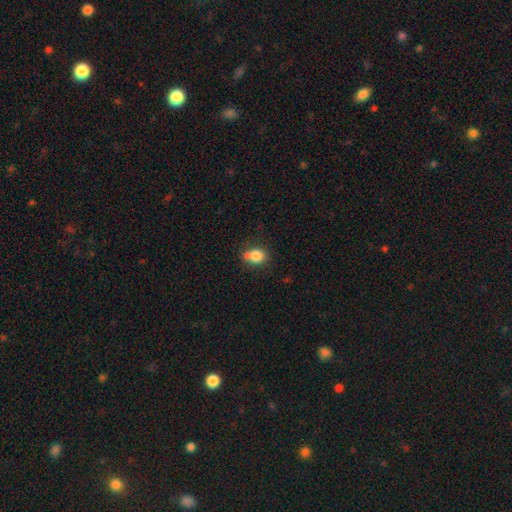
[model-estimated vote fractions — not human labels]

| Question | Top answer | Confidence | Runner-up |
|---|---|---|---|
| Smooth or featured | smooth | 82% | star or artifact (10%) |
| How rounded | in between | 59% | round (40%) |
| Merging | none | 58% | minor disturbance (25%) |